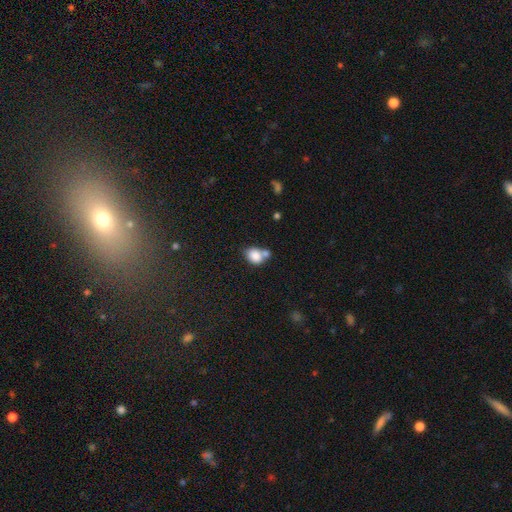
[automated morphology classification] This is clearly a smooth galaxy (83%). How rounded: possibly in between (58%). Merging: marginally merger (45%).